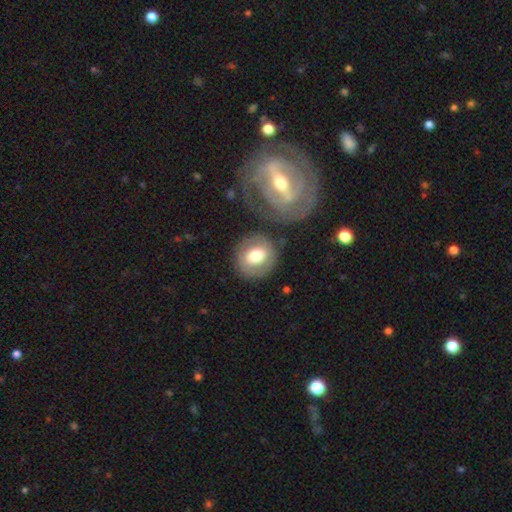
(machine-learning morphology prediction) smooth-or-featured: smooth: 62% | featured or disk: 32% | star or artifact: 6%
  how-rounded: round: 78% | in between: 21% | cigar-shaped: 1%
  merging: none: 73% | minor disturbance: 12% | merger: 9% | major disturbance: 6%